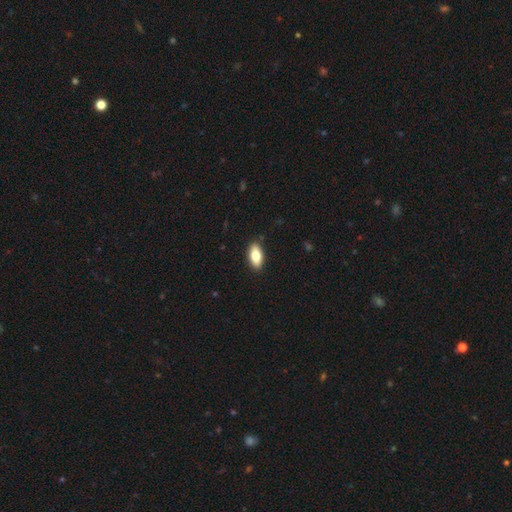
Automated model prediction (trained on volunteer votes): Morphology: type=smooth (79%); roundness=in between (87%); merging=none (89%).